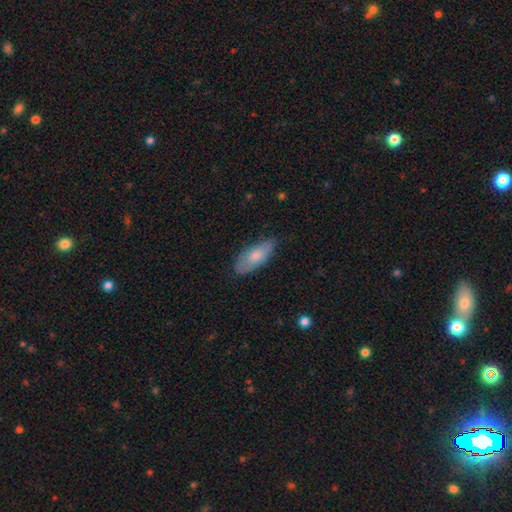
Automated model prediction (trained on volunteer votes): A smooth galaxy with no disk features (74%) that is in between round and cigar-shaped (79%). Merging: none (75%).